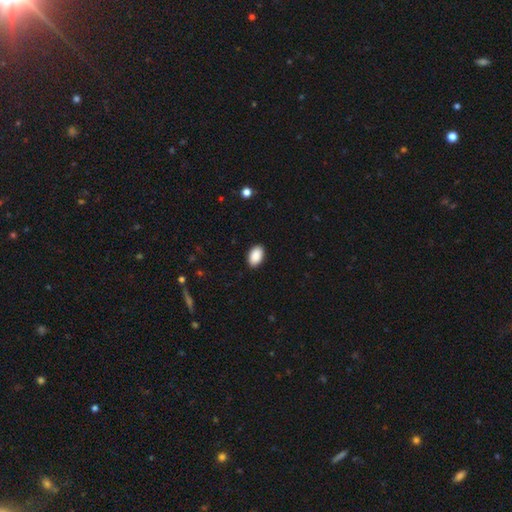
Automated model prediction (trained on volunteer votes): A smooth galaxy with no disk features (90%) that is in between round and cigar-shaped (93%).

Vote fractions:
- Smooth or featured? smooth: 90% / star or artifact: 7% / featured or disk: 3%
- How rounded? in between: 93% / round: 6% / cigar-shaped: 1%
- Merging? none: 89% / minor disturbance: 8% / major disturbance: 2% / merger: 1%